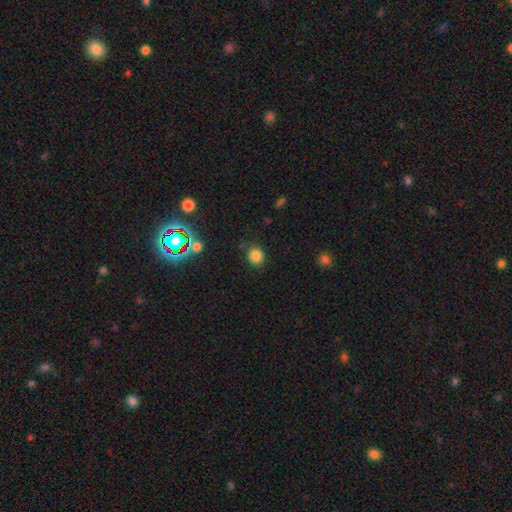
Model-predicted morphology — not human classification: A smooth galaxy with no disk features (81%) that is round (77%). Merging: none (81%).